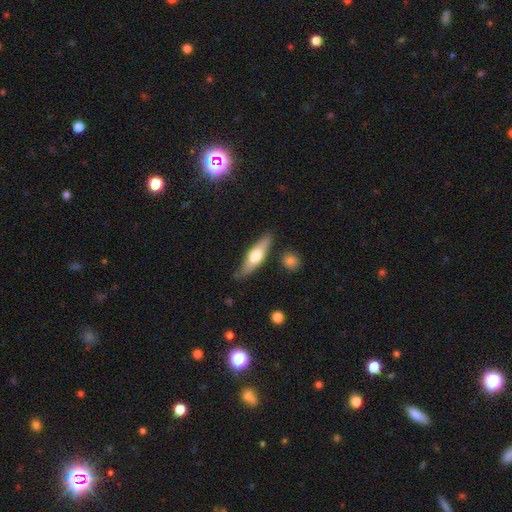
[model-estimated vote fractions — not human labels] Smooth or featured?
  - smooth: 53% *
  - featured or disk: 42%
  - star or artifact: 5%
How rounded?
  - cigar-shaped: 61% *
  - in between: 37%
  - round: 2%
Merging?
  - none: 79% *
  - minor disturbance: 14%
  - merger: 4%
  - major disturbance: 3%